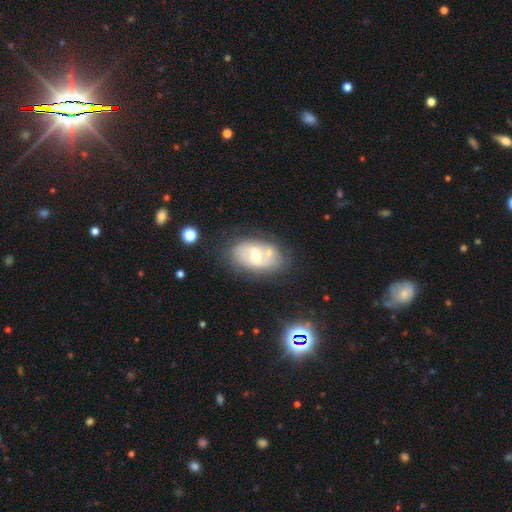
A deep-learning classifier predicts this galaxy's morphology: This appears to be a featured or disk galaxy (62%) with no bar (47%), spiral arms (54%) and a moderate central bulge (73%). Merging: none (59%).